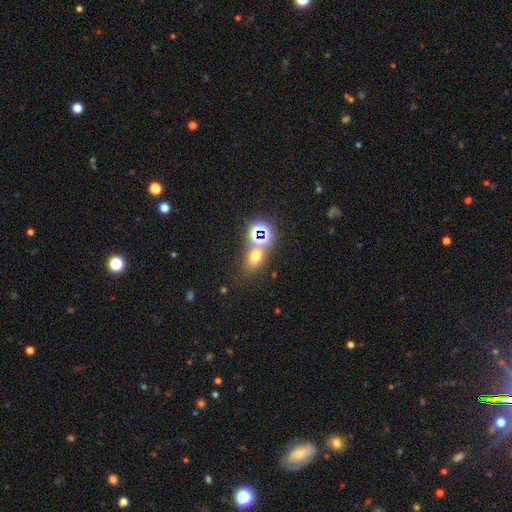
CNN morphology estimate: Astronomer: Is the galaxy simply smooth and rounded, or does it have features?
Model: smooth — 57%.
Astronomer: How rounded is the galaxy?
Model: in between — 53% (runner-up: round, 45%).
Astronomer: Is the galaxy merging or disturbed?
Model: none — 61%.